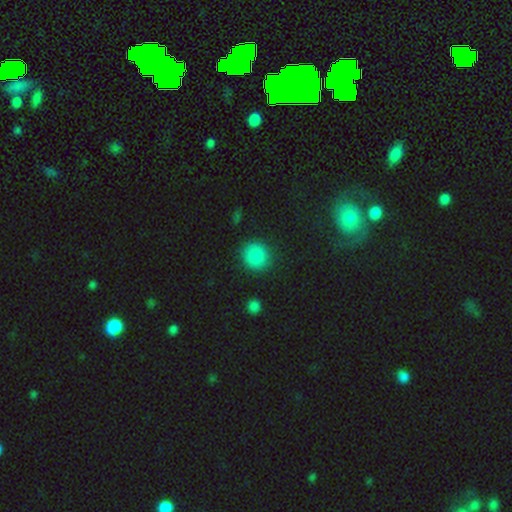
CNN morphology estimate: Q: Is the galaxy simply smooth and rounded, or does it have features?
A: smooth — 86%.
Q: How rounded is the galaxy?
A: round — 88%.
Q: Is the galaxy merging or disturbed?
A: none — 88%.